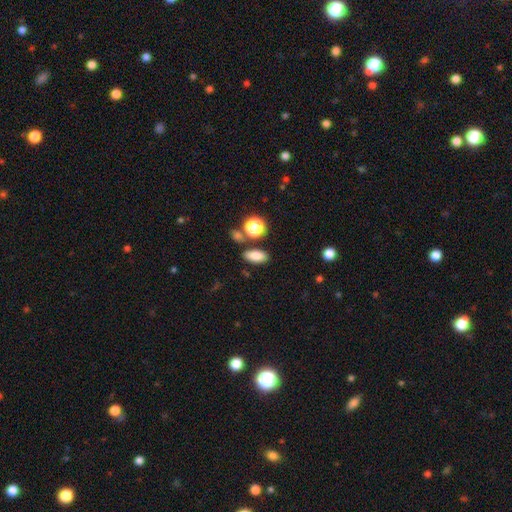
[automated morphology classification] Q: Smooth or featured?
A: smooth (80%); runner-up: star or artifact (11%)
Q: How rounded?
A: in between (83%); runner-up: round (9%)
Q: Merging?
A: none (79%); runner-up: minor disturbance (10%)